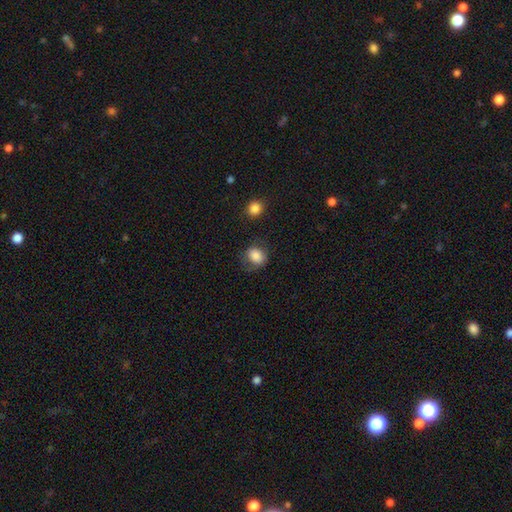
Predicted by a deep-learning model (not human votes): Smooth or featured? smooth (84%)
How rounded? round (54%)
Merging? none (61%)